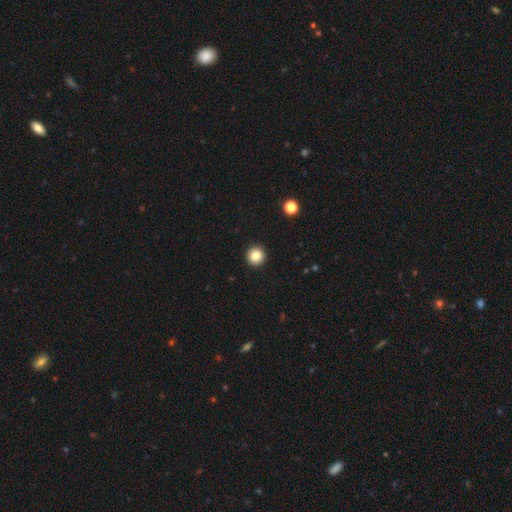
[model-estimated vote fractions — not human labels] Overall: smooth (84%). How rounded: round (95%). Merging: none (94%).